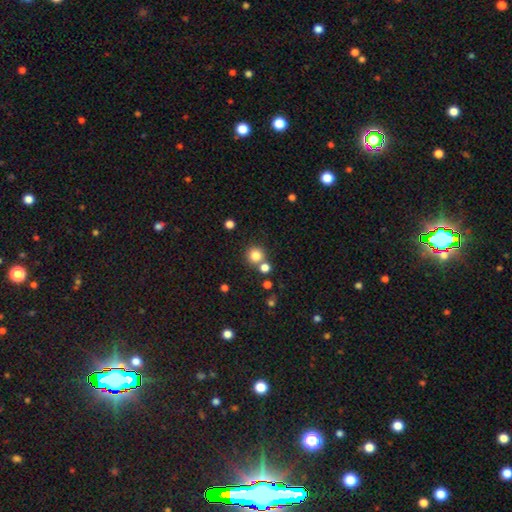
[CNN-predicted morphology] type=smooth (81%); roundness=round (93%); merging=none (71%).